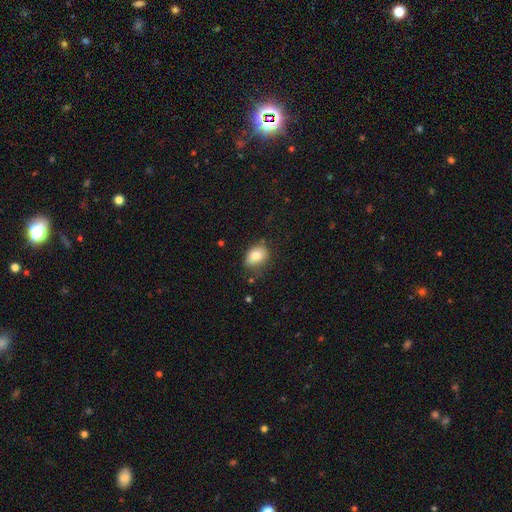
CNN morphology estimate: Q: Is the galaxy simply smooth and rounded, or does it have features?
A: smooth — 81%.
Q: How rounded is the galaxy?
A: in between — 71%.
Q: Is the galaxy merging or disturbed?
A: none — 68%.